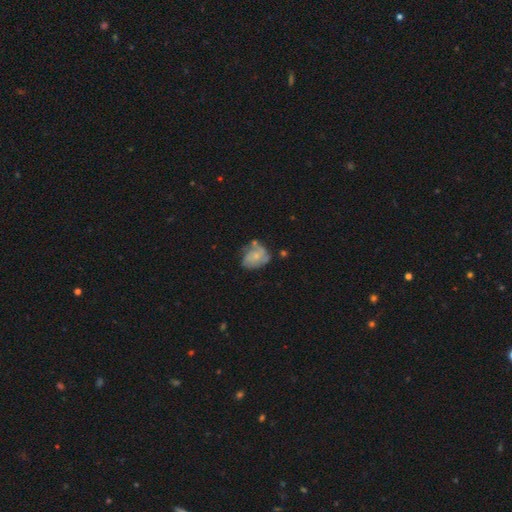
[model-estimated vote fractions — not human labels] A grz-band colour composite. It shows a featured or disk galaxy (53%) with no bar (82%), spiral arms (65%) and a small central bulge (65%). Merging: none (44%).